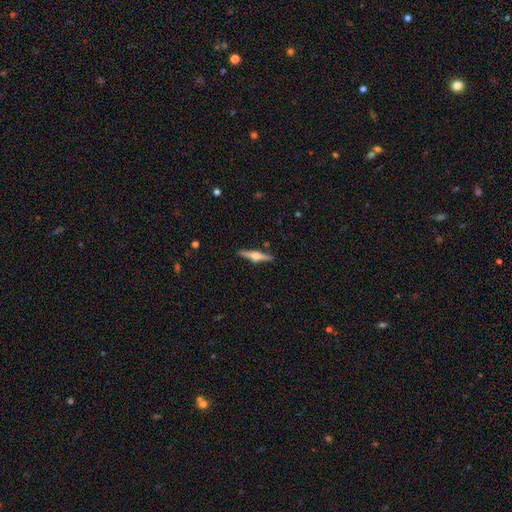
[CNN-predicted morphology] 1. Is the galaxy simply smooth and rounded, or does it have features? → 69% featured or disk, 25% smooth, 6% star or artifact.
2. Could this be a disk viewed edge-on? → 98% yes, 2% no.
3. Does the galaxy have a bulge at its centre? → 92% rounded, 5% boxy, 3% none.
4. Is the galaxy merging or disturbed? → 89% none, 8% minor disturbance, 2% major disturbance, 2% merger.